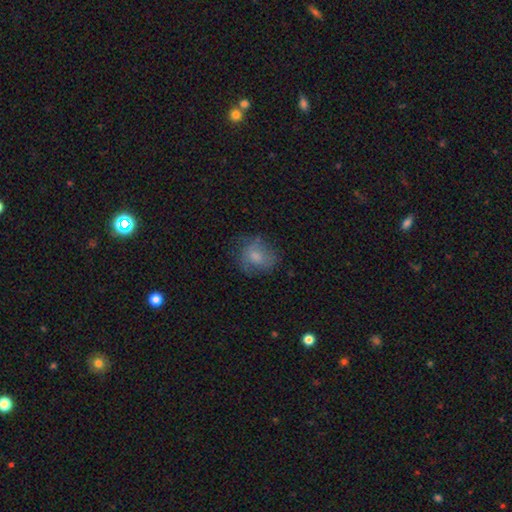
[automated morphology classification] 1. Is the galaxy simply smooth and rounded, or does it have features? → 62% smooth, 28% featured or disk, 9% star or artifact.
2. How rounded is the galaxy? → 60% round, 38% in between, 1% cigar-shaped.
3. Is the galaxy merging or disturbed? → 61% none, 24% minor disturbance, 14% major disturbance, 1% merger.